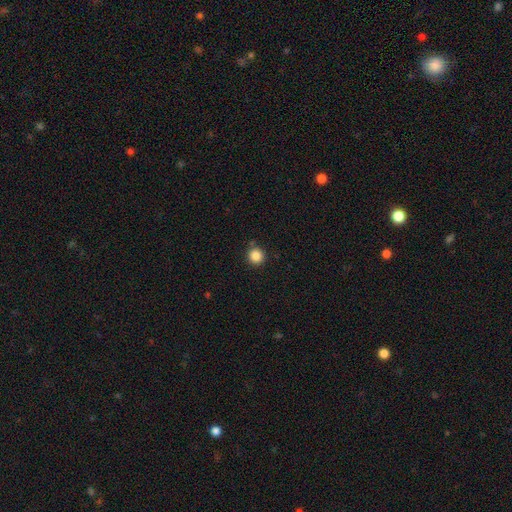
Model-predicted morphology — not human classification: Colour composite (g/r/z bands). It shows a smooth galaxy with no disk features (86%) that is round (95%). Merging: none (86%).